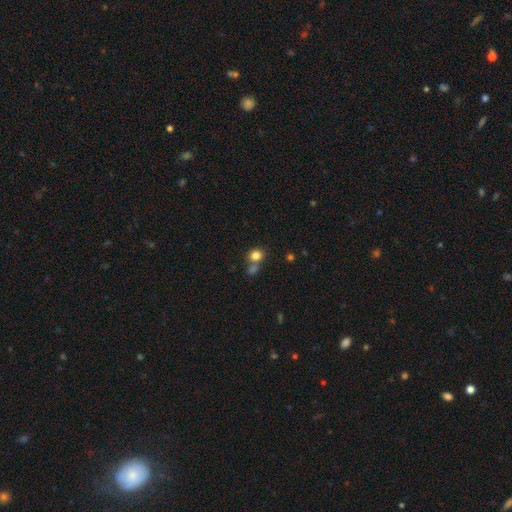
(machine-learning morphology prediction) Smooth or featured?
  - smooth: 81% *
  - star or artifact: 12%
  - featured or disk: 7%
How rounded?
  - round: 72% *
  - in between: 27%
  - cigar-shaped: 1%
Merging?
  - none: 56% *
  - merger: 30%
  - minor disturbance: 10%
  - major disturbance: 4%